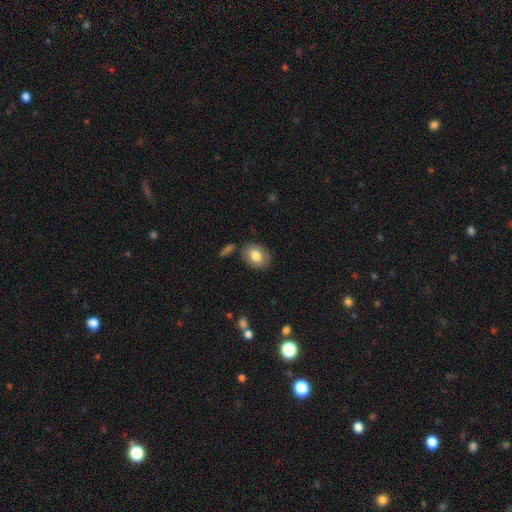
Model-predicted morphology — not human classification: The model was most divided on "how rounded": in between: 62%, round: 37%, cigar-shaped: 1%. More confident: merging — none (81%); smooth or featured — smooth (80%).